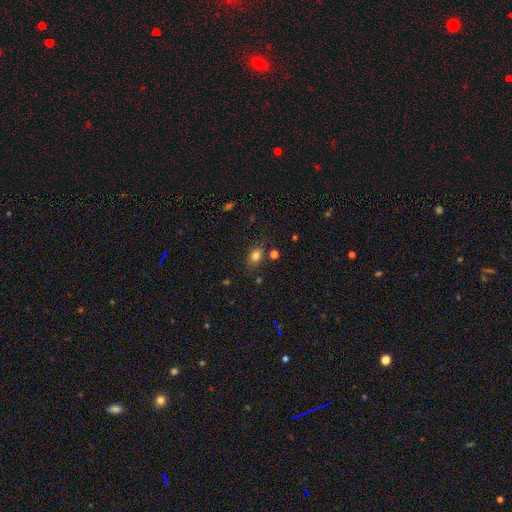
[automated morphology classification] This appears to be a smooth galaxy with no disk features (79%) that is in between round and cigar-shaped (61%). Merging: none (78%).